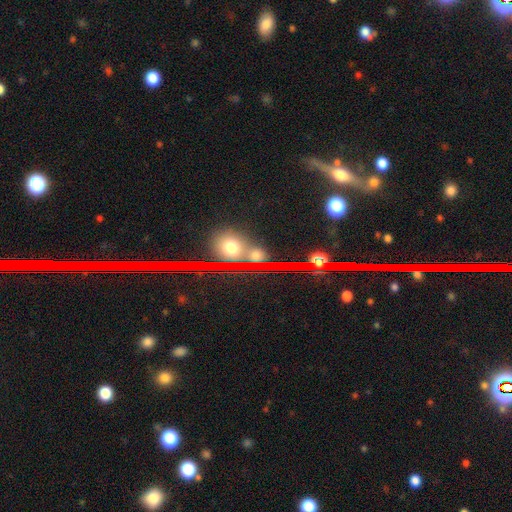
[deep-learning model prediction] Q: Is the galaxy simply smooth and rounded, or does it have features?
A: smooth — 54%.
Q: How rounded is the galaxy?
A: round — 64%.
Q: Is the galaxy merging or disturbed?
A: none — 78%.